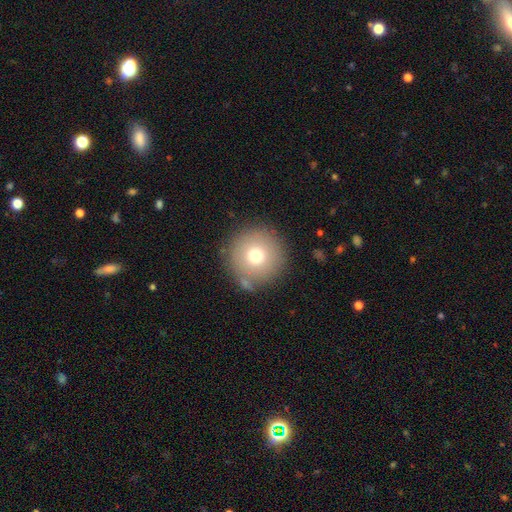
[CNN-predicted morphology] Smooth or featured? smooth (73%)
How rounded? round (96%)
Merging? none (84%)